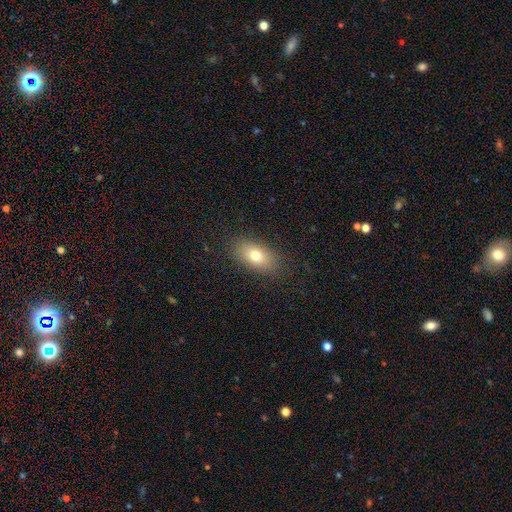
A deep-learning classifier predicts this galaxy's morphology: This appears to be a smooth galaxy with no disk features (76%) that is in between round and cigar-shaped (87%). Merging: none (85%).